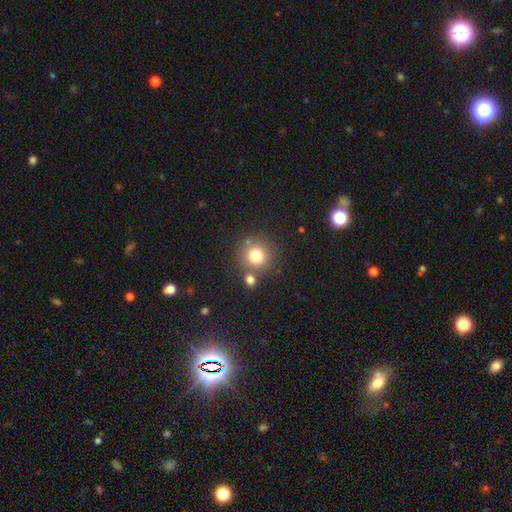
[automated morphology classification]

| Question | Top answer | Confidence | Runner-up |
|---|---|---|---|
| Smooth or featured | smooth | 77% | star or artifact (13%) |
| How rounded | round | 92% | in between (7%) |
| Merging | none | 74% | merger (14%) |